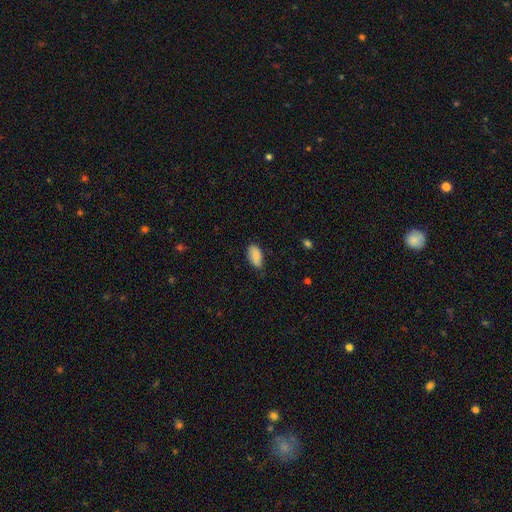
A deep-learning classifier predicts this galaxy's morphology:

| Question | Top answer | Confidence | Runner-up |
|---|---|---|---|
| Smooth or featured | smooth | 83% | featured or disk (10%) |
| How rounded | in between | 93% | cigar-shaped (4%) |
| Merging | none | 67% | minor disturbance (28%) |